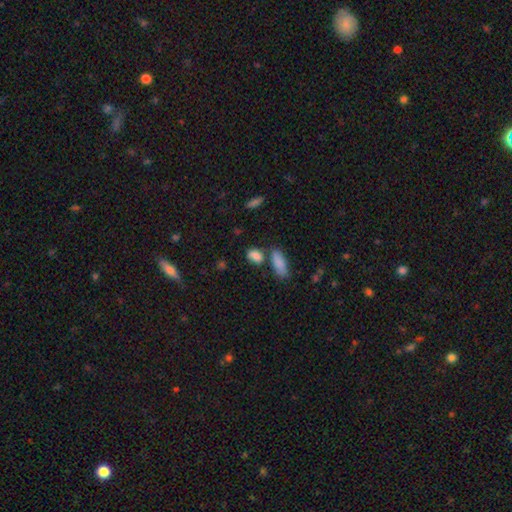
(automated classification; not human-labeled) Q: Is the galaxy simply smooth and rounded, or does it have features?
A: smooth — 84%.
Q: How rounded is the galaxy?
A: in between — 79%.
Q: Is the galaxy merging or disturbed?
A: none — 60%.